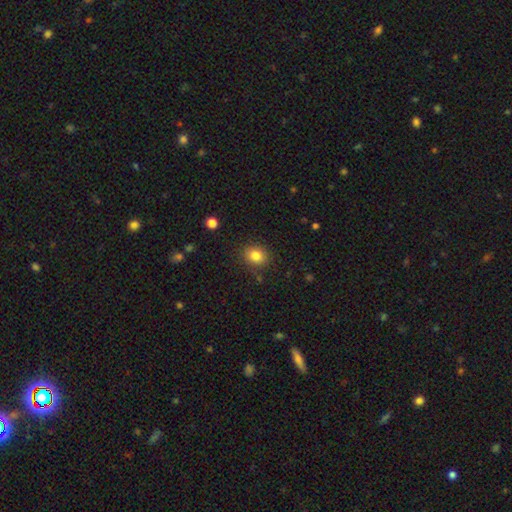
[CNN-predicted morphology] smooth 83%, star or artifact 11%, featured or disk 7%. Down the decision tree: how rounded — round (61%); merging — none (85%).